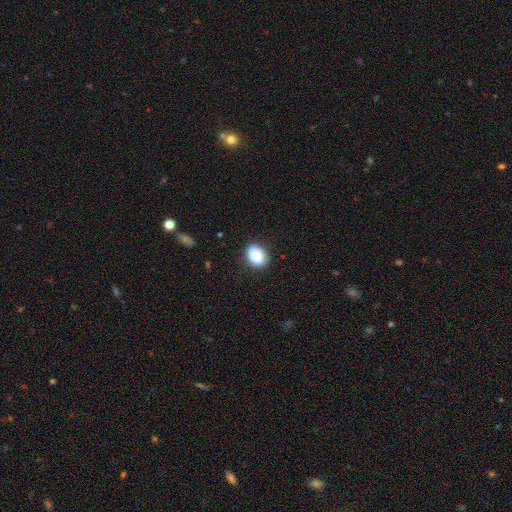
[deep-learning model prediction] This is clearly a smooth galaxy (85%). How rounded: possibly in between (59%). Merging: clearly none (81%).